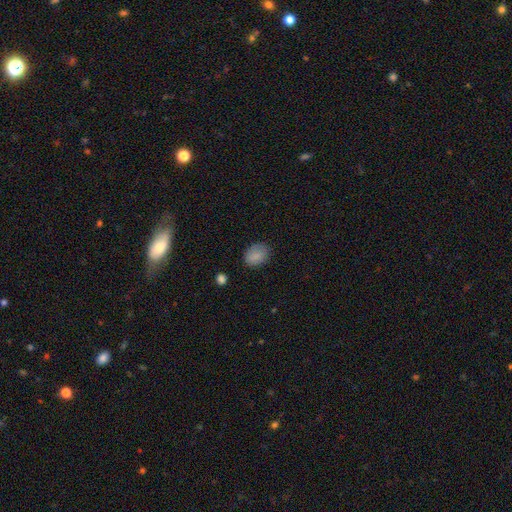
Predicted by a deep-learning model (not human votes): This is clearly a smooth galaxy (85%). How rounded: likely in between (65%). Merging: likely none (77%).